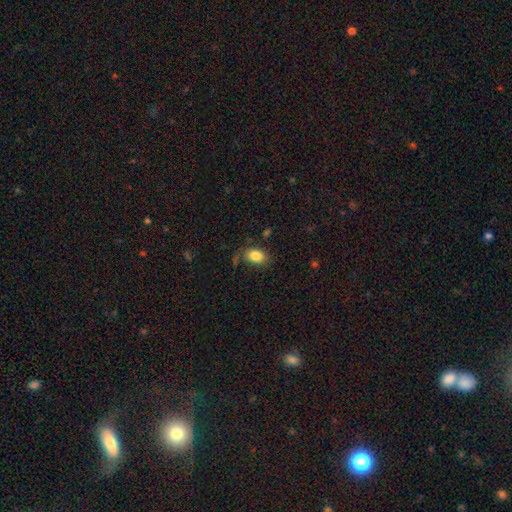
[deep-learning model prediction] Q: Smooth or featured?
A: smooth (84%); runner-up: star or artifact (8%)
Q: How rounded?
A: in between (85%); runner-up: round (14%)
Q: Merging?
A: none (74%); runner-up: minor disturbance (16%)